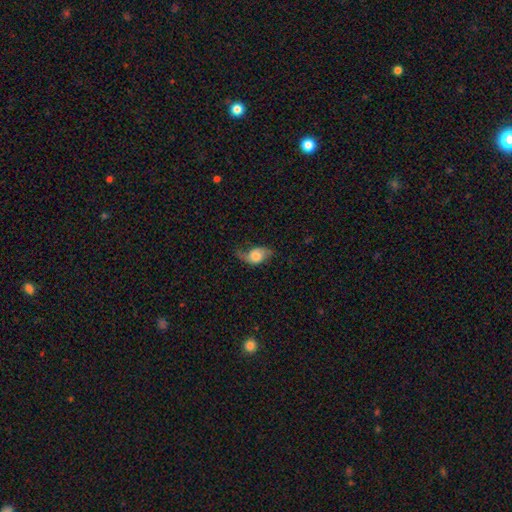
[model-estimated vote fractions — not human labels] Overall: featured or disk (48%; smooth 43%). Merging: none (46%; minor disturbance 30%).